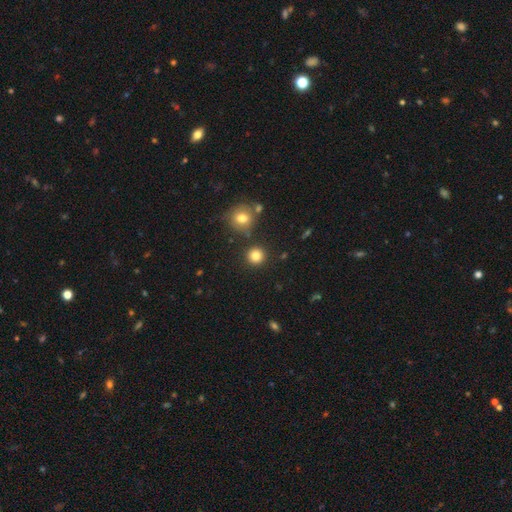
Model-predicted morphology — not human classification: smooth-or-featured: smooth: 82% | star or artifact: 12% | featured or disk: 5%
  how-rounded: round: 94% | in between: 5% | cigar-shaped: 1%
  merging: none: 88% | minor disturbance: 6% | merger: 4% | major disturbance: 2%